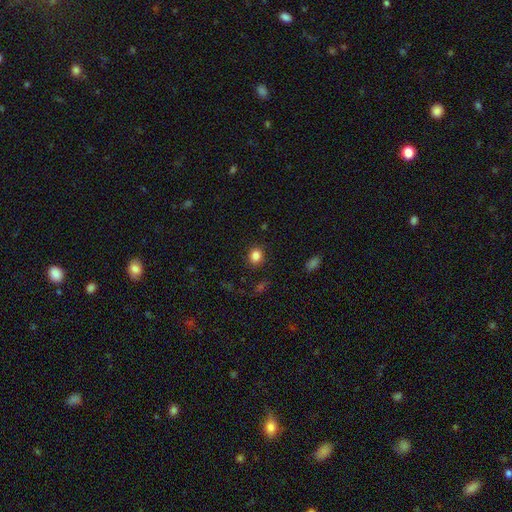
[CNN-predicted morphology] The model was most divided on "how rounded": round: 70%, in between: 29%, cigar-shaped: 1%. More confident: merging — none (87%); smooth or featured — smooth (84%).